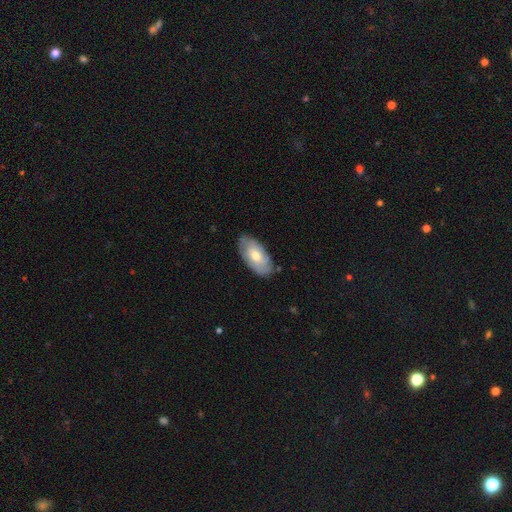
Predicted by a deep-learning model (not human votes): smooth-or-featured: smooth: 51% | featured or disk: 43% | star or artifact: 6%
  how-rounded: in between: 93% | cigar-shaped: 4% | round: 3%
  merging: none: 78% | minor disturbance: 18% | major disturbance: 3% | merger: 1%